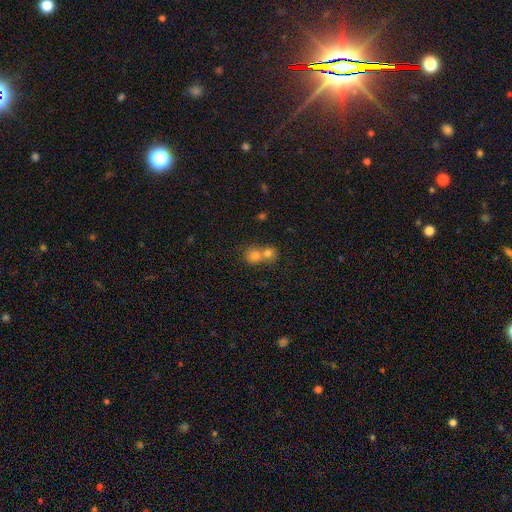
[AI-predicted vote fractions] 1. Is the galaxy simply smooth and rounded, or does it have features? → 73% smooth, 14% star or artifact, 13% featured or disk.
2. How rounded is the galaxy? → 78% round, 21% in between, 1% cigar-shaped.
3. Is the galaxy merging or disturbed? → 60% merger, 33% none, 5% minor disturbance, 2% major disturbance.